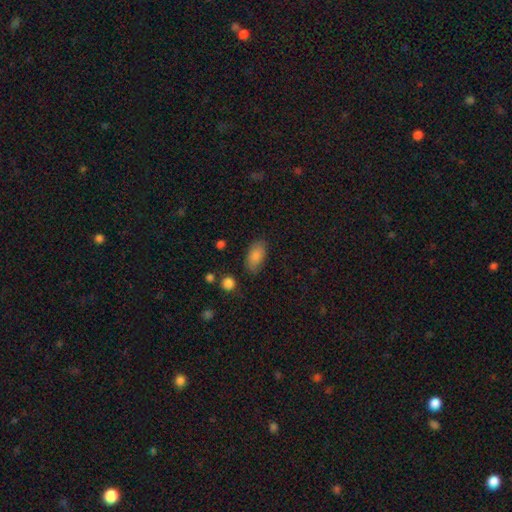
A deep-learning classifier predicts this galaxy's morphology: This appears to be a smooth galaxy with no disk features (85%) that is in between round and cigar-shaped (93%). Merging: none (80%).